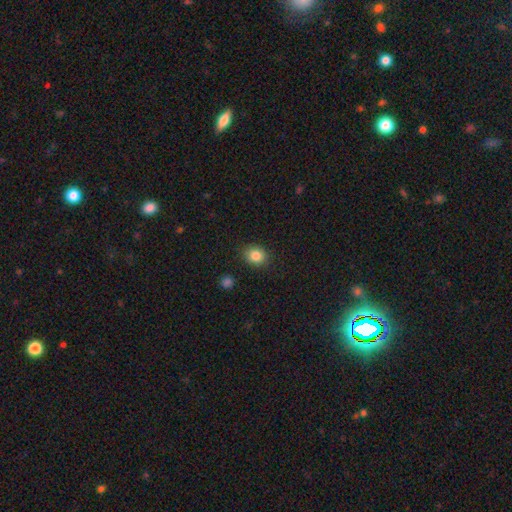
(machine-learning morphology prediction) type=smooth (85%); roundness=round (60%); merging=none (87%).